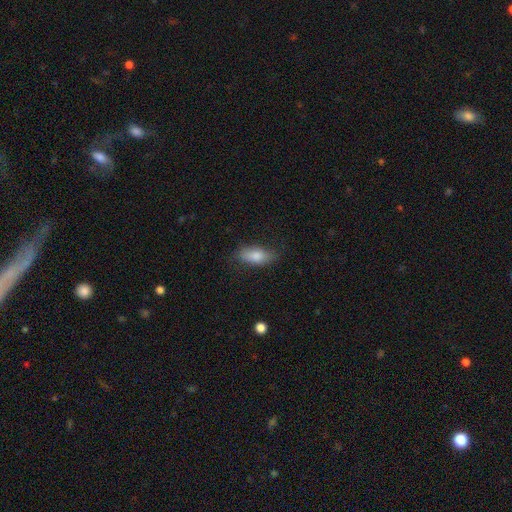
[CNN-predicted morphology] smooth-or-featured: smooth: 78% | featured or disk: 15% | star or artifact: 7%
  how-rounded: in between: 77% | cigar-shaped: 19% | round: 3%
  merging: none: 76% | minor disturbance: 18% | major disturbance: 5% | merger: 1%